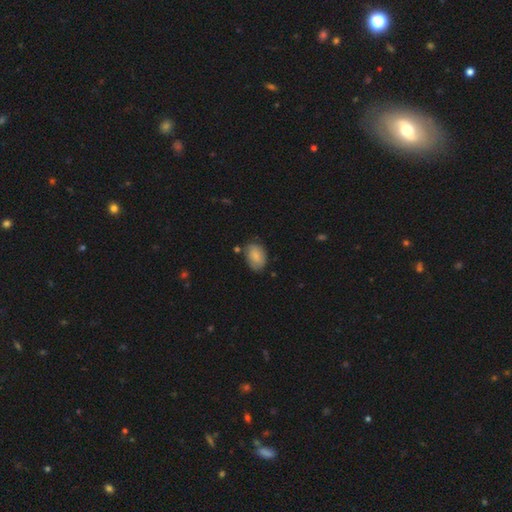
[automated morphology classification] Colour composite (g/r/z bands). It shows a smooth galaxy with no disk features (80%) that is in between round and cigar-shaped (84%). Merging: none (70%).